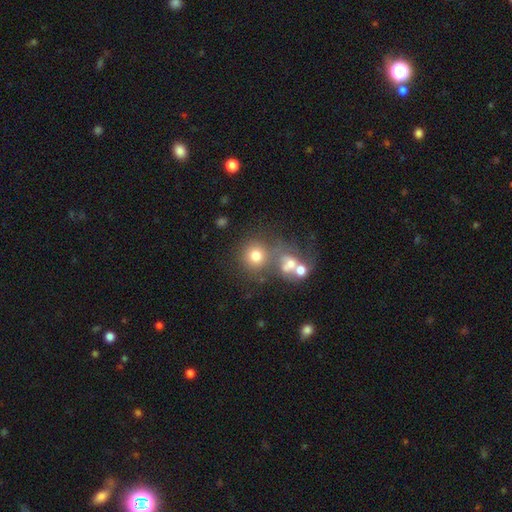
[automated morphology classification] The model was most divided on "merging": none: 55%, merger: 28%, minor disturbance: 10%, major disturbance: 7%. More confident: how rounded — round (87%); smooth or featured — smooth (72%).